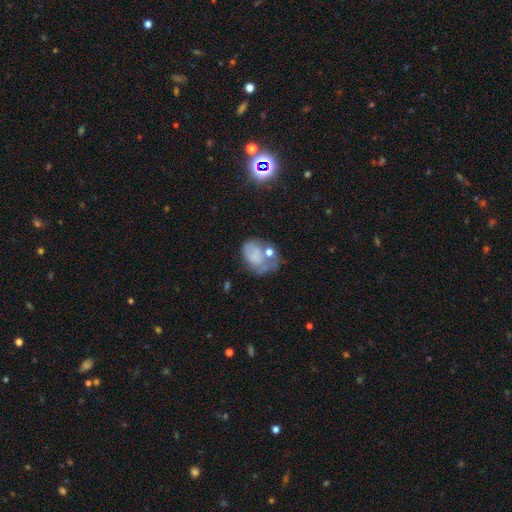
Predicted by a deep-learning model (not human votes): A smooth galaxy with no disk features (50%). Merging: none (32%).